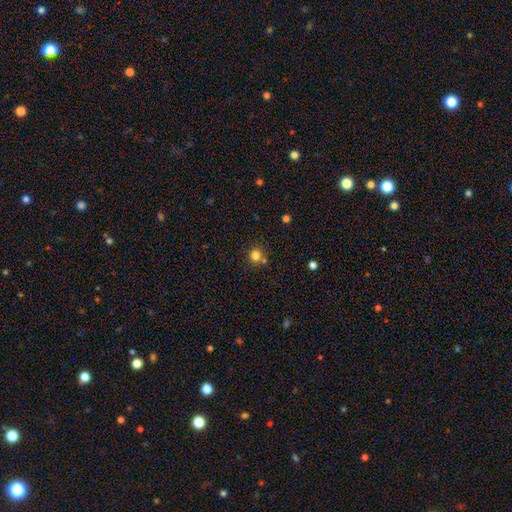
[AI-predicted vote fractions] smooth-or-featured: smooth: 80% | star or artifact: 14% | featured or disk: 6%
  how-rounded: round: 90% | in between: 9% | cigar-shaped: 1%
  merging: none: 74% | merger: 13% | minor disturbance: 9% | major disturbance: 3%